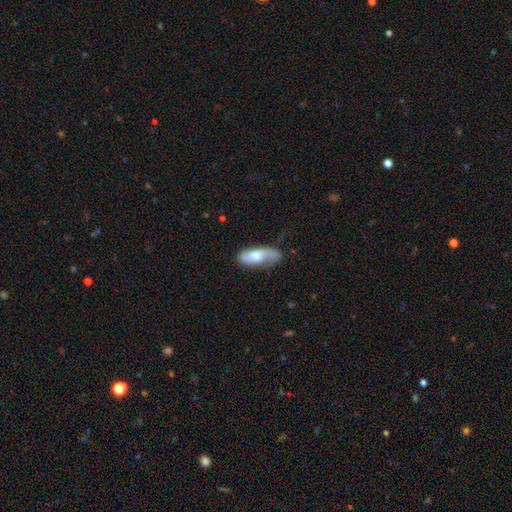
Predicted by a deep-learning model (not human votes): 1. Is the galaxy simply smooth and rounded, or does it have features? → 52% smooth, 41% featured or disk, 6% star or artifact.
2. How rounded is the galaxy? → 66% in between, 32% cigar-shaped, 3% round.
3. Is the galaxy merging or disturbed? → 59% none, 28% minor disturbance, 10% major disturbance, 3% merger.